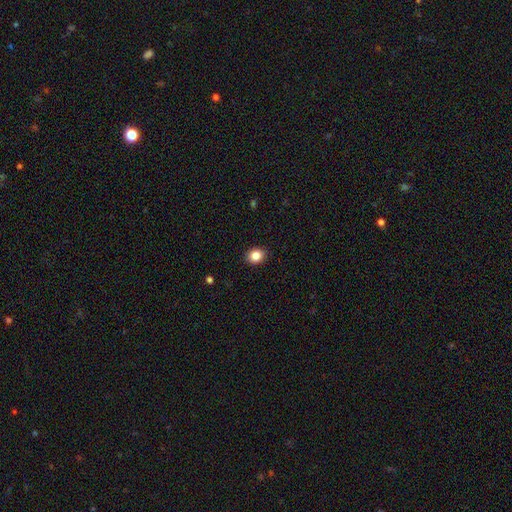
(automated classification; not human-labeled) smooth 85%, star or artifact 10%, featured or disk 5%. Down the decision tree: how rounded — round (56%); merging — none (90%).